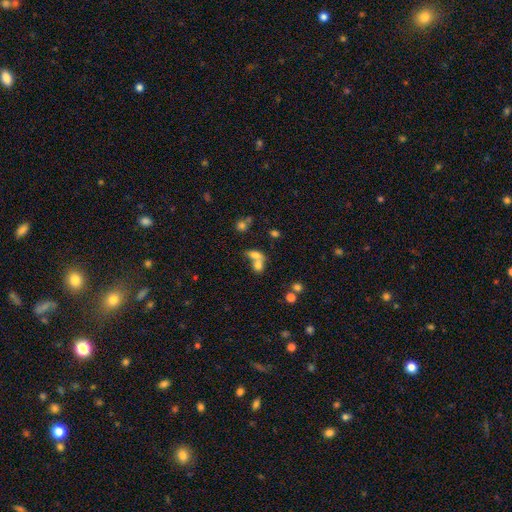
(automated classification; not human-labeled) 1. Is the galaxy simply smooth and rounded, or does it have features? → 70% smooth, 17% featured or disk, 13% star or artifact.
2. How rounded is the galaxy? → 66% in between, 30% round, 4% cigar-shaped.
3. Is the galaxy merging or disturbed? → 63% merger, 24% none, 7% minor disturbance, 6% major disturbance.